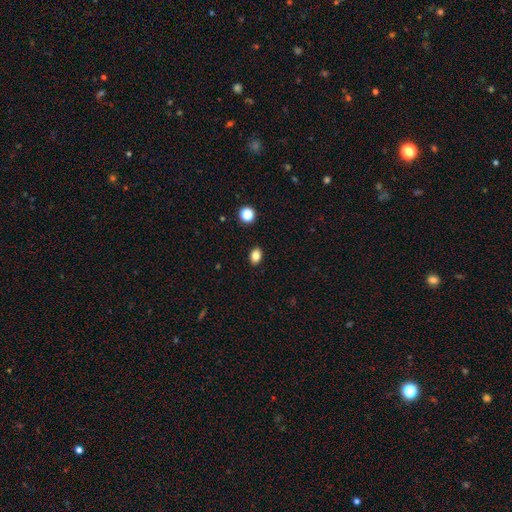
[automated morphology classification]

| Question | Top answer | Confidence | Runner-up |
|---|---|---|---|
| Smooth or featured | smooth | 85% | star or artifact (10%) |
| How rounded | in between | 79% | round (20%) |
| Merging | none | 89% | minor disturbance (7%) |